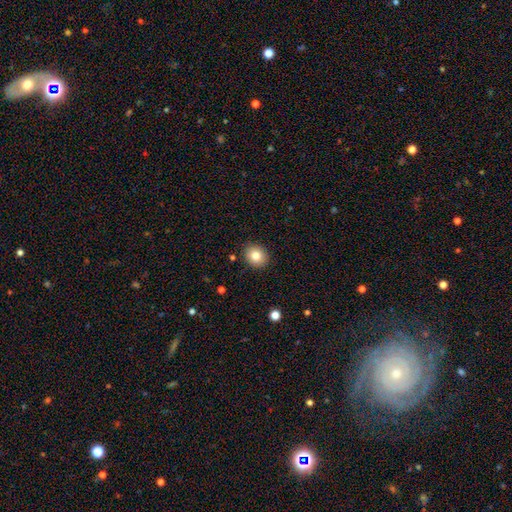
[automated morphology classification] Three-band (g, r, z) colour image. It shows a smooth galaxy with no disk features (81%) that is round (67%). Merging: none (89%).